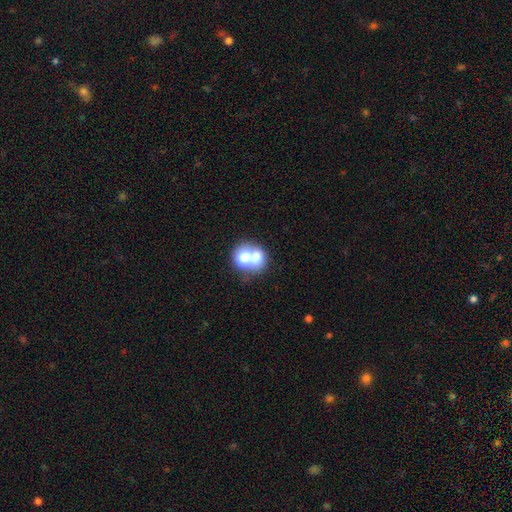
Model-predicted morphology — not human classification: Q: Smooth or featured?
A: smooth (65%); runner-up: featured or disk (26%)
Q: How rounded?
A: round (62%); runner-up: in between (37%)
Q: Merging?
A: merger (67%); runner-up: none (21%)